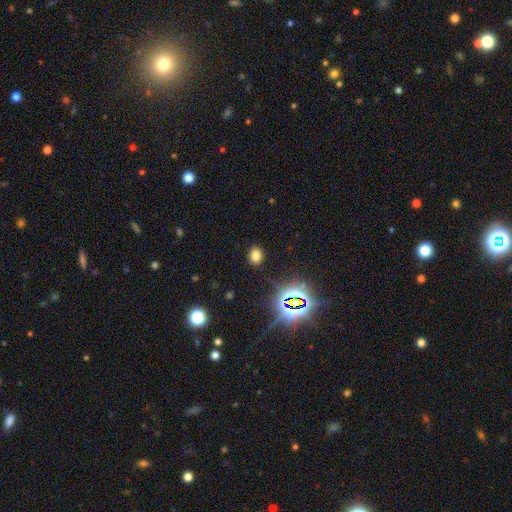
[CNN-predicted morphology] Q: Smooth or featured?
A: smooth (69%); runner-up: star or artifact (23%)
Q: How rounded?
A: in between (58%); runner-up: round (41%)
Q: Merging?
A: none (87%); runner-up: minor disturbance (9%)